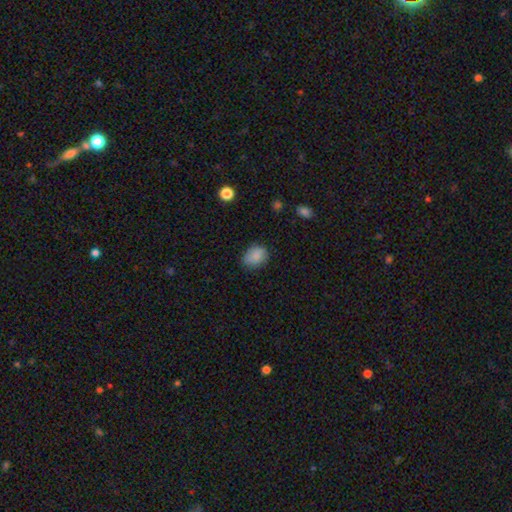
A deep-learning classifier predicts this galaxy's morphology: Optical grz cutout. It shows a smooth galaxy with no disk features (84%) that is in between round and cigar-shaped (52%). Merging: none (75%).